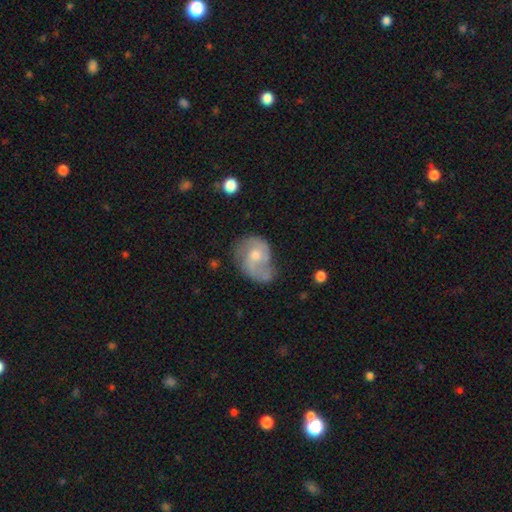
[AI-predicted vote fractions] Q: Smooth or featured?
A: featured or disk (71%); runner-up: smooth (22%)
Q: Edge-on disk?
A: no (97%); runner-up: yes (3%)
Q: Bar?
A: no (65%); runner-up: weak (30%)
Q: Spiral arms?
A: yes (87%); runner-up: no (13%)
Q: Spiral winding?
A: medium (47%); runner-up: loose (28%)
Q: Spiral arm count?
A: 2 (71%); runner-up: can't tell (13%)
Q: Bulge size?
A: moderate (54%); runner-up: small (40%)
Q: Merging?
A: none (47%); runner-up: minor disturbance (30%)